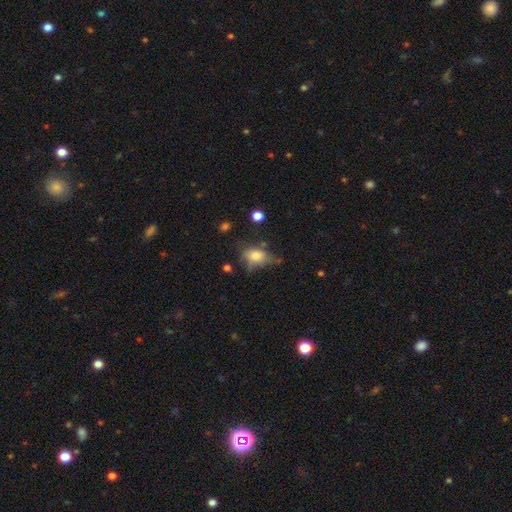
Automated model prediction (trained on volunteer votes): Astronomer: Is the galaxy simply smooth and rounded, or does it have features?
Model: smooth — 64%.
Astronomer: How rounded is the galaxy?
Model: in between — 75%.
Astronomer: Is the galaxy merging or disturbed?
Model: none — 41% (runner-up: minor disturbance, 30%).